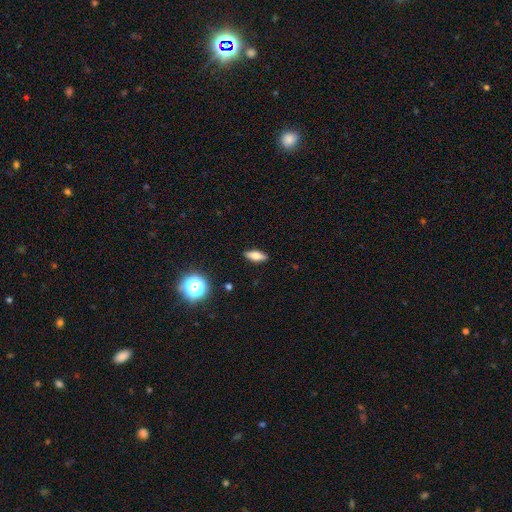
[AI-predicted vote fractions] This appears to be a smooth galaxy with no disk features (62%) that is in between round and cigar-shaped (59%). Merging: none (89%).